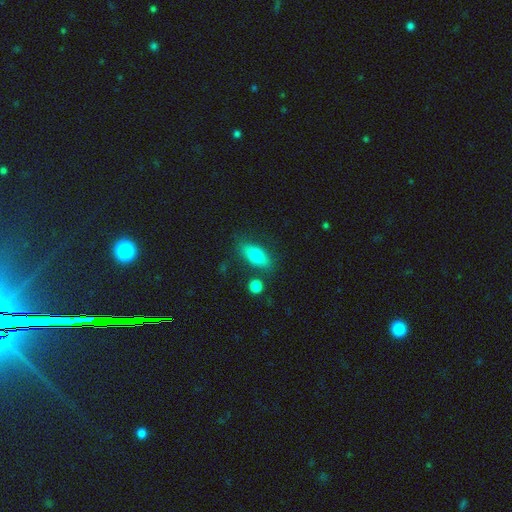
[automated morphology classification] A smooth galaxy with no disk features (71%) that is in between round and cigar-shaped (78%).

Vote fractions:
- Smooth or featured? smooth: 71% / featured or disk: 22% / star or artifact: 8%
- How rounded? in between: 78% / cigar-shaped: 16% / round: 6%
- Merging? none: 76% / minor disturbance: 14% / merger: 5% / major disturbance: 4%